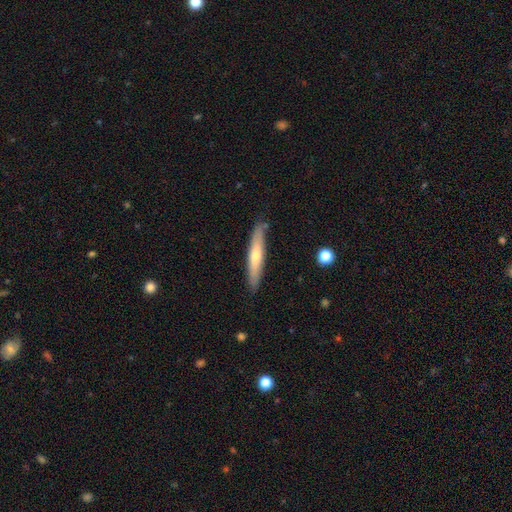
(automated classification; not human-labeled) This appears to be a smooth galaxy with no disk features (51%) that is cigar-shaped (90%). Merging: none (85%).